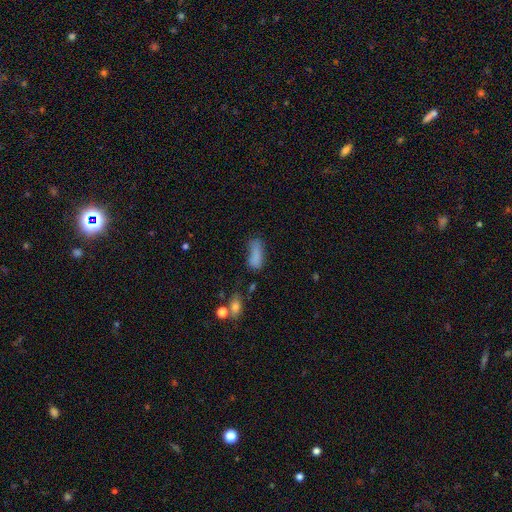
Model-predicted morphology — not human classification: A smooth galaxy with no disk features (80%) that is in between round and cigar-shaped (74%).

Vote fractions:
- Smooth or featured? smooth: 80% / star or artifact: 11% / featured or disk: 9%
- How rounded? in between: 74% / cigar-shaped: 22% / round: 3%
- Merging? none: 44% / minor disturbance: 30% / major disturbance: 19% / merger: 7%